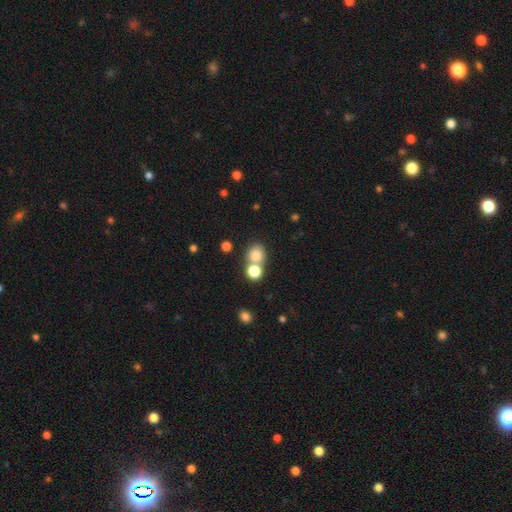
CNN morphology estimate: Q: Smooth or featured?
A: smooth (79%); runner-up: star or artifact (13%)
Q: How rounded?
A: round (80%); runner-up: in between (19%)
Q: Merging?
A: none (54%); runner-up: merger (36%)